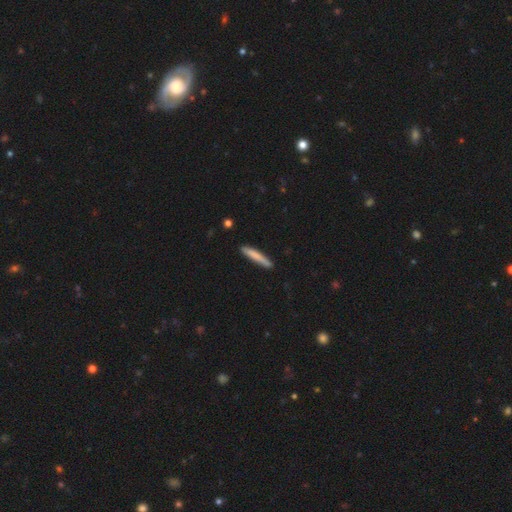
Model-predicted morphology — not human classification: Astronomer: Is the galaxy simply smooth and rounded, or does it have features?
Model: smooth — 78%.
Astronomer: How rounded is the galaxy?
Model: cigar-shaped — 95%.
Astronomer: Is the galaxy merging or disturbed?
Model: none — 87%.